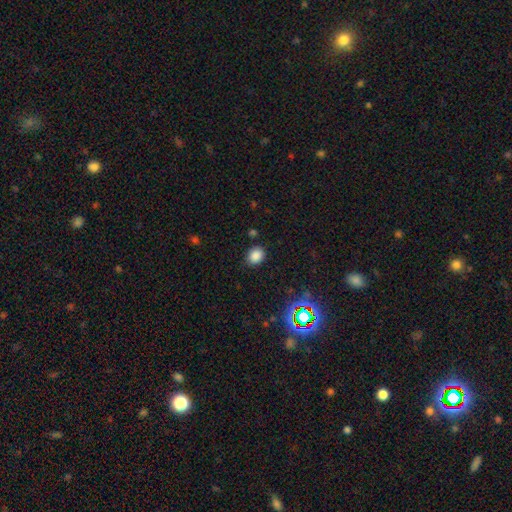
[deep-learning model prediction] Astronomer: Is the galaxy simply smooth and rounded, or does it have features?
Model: smooth — 82%.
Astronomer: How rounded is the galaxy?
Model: round — 52% (runner-up: in between, 47%).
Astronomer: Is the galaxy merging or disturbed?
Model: none — 83%.